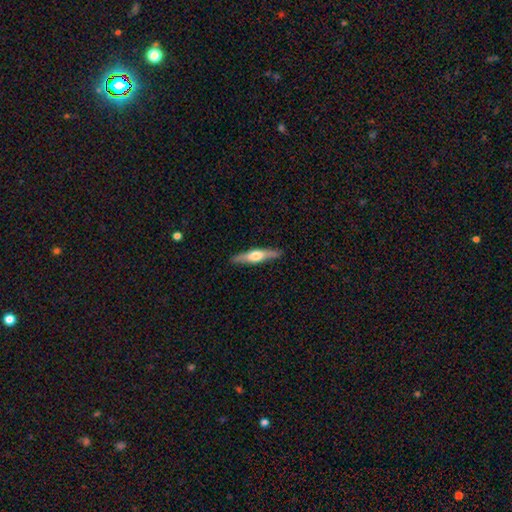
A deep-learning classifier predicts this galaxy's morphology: Smooth or featured: featured or disk — 58% (smooth — 37%)
Edge-on disk: yes — 95% (no — 5%)
Edge-on bulge: rounded — 90% (boxy — 6%)
Merging: none — 89% (minor disturbance — 8%)